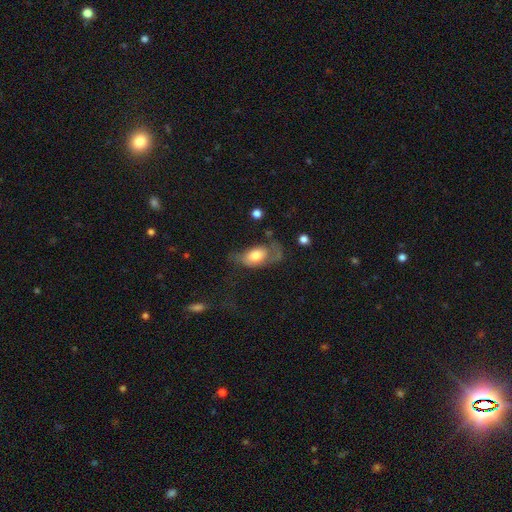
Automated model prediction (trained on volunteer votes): Smooth or featured: smooth — 61% (featured or disk — 32%)
How rounded: in between — 88% (round — 9%)
Merging: major disturbance — 41% (none — 28%)